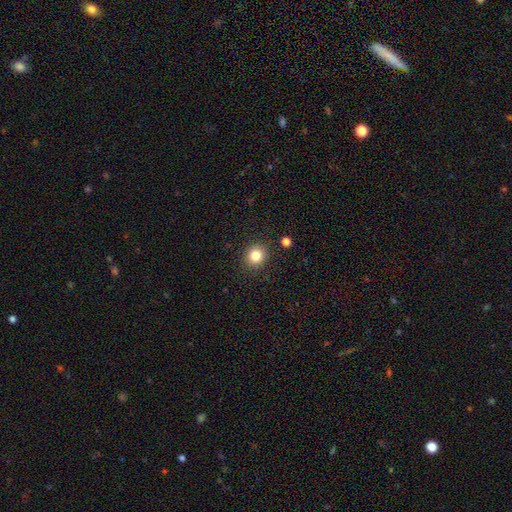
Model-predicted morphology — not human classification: This is clearly a smooth galaxy (82%). How rounded: clearly round (86%). Merging: clearly none (90%).